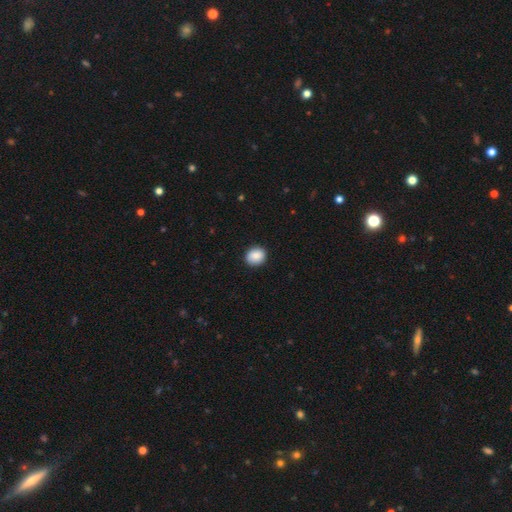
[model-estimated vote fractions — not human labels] A smooth galaxy with no disk features (87%) that is round (75%).

Vote fractions:
- Smooth or featured? smooth: 87% / star or artifact: 8% / featured or disk: 5%
- How rounded? round: 75% / in between: 24% / cigar-shaped: 1%
- Merging? none: 90% / minor disturbance: 8% / major disturbance: 2% / merger: 1%